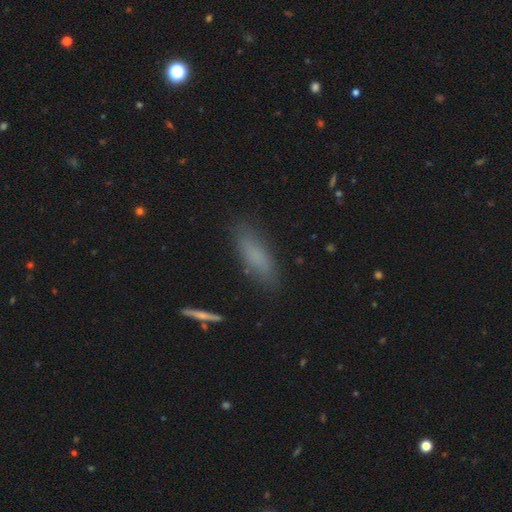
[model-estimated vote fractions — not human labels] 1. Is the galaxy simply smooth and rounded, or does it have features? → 77% smooth, 13% featured or disk, 9% star or artifact.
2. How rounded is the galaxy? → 53% in between, 45% cigar-shaped, 2% round.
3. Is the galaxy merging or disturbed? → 81% none, 13% minor disturbance, 3% major disturbance, 2% merger.